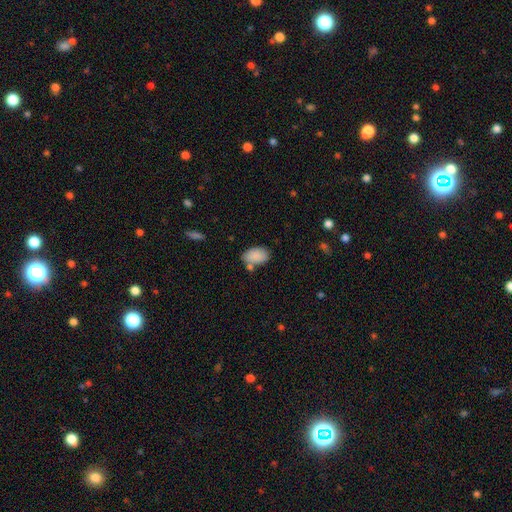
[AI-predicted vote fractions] A smooth galaxy with no disk features (88%) that is in between round and cigar-shaped (92%).

Vote fractions:
- Smooth or featured? smooth: 88% / star or artifact: 7% / featured or disk: 5%
- How rounded? in between: 92% / round: 7% / cigar-shaped: 1%
- Merging? none: 67% / minor disturbance: 16% / merger: 13% / major disturbance: 4%